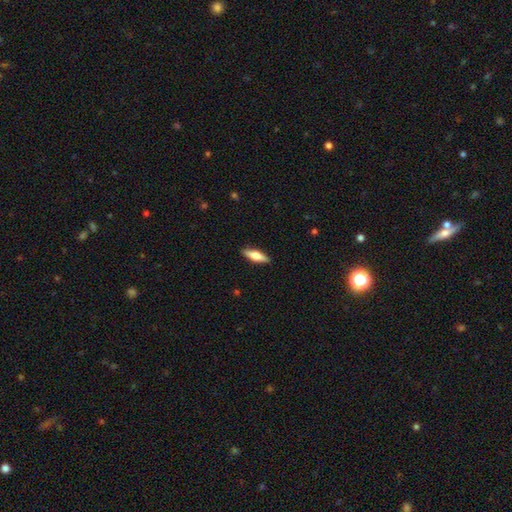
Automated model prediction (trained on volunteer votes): smooth-or-featured: smooth: 56% | featured or disk: 38% | star or artifact: 6%
  how-rounded: cigar-shaped: 54% | in between: 44% | round: 2%
  merging: none: 90% | minor disturbance: 8% | major disturbance: 2% | merger: 1%